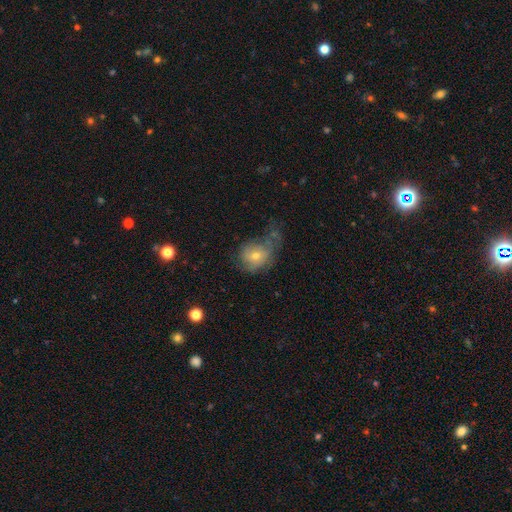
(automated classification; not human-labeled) Morphology: type=smooth (54%); roundness=round (50%); merging=major disturbance (41%).